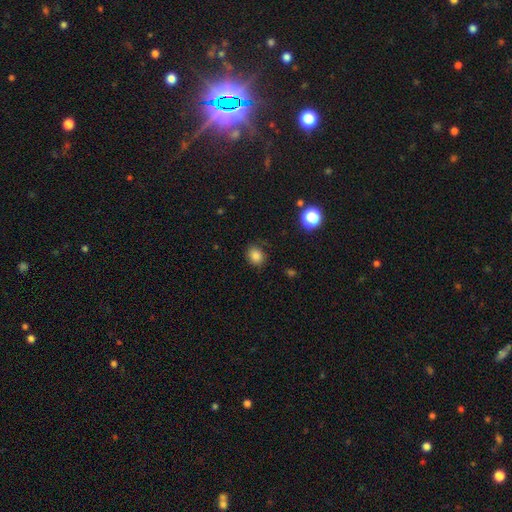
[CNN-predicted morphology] smooth_or_featured: smooth (p=0.84) [alt: star or artifact p=0.12]
how_rounded: round (p=0.58) [alt: in between p=0.41]
merging: none (p=0.81) [alt: minor disturbance p=0.14]